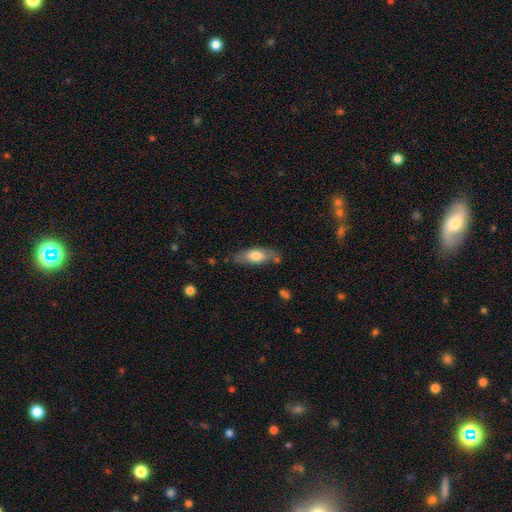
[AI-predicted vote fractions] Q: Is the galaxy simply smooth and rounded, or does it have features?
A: smooth — 69%.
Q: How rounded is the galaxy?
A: in between — 74%.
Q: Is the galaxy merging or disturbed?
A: none — 72%.